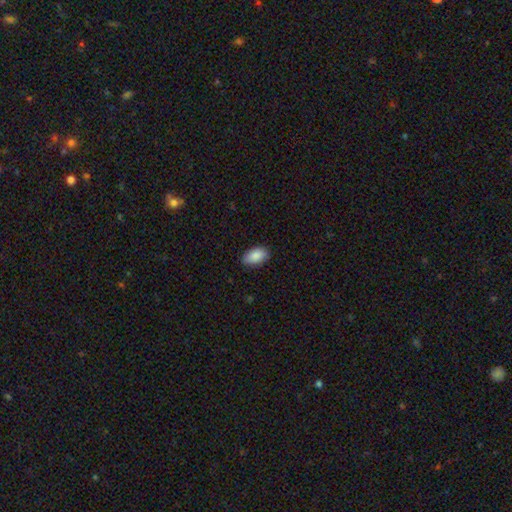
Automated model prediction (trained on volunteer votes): smooth-or-featured: smooth: 89% | star or artifact: 6% | featured or disk: 4%
  how-rounded: in between: 94% | round: 4% | cigar-shaped: 2%
  merging: none: 87% | minor disturbance: 10% | major disturbance: 2% | merger: 1%